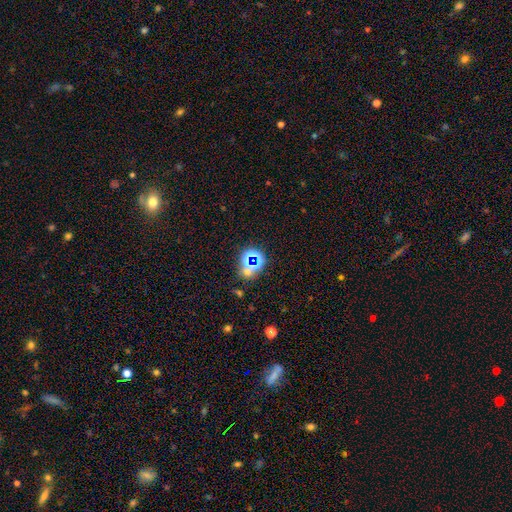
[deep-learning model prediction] Overall: star or artifact (72%).